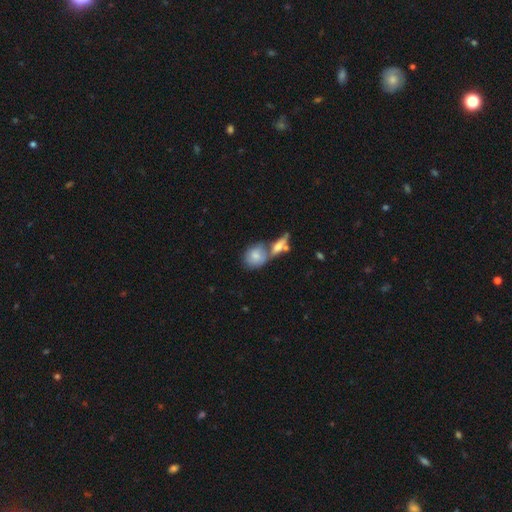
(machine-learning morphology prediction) This is likely a smooth galaxy (70%). How rounded: possibly round (54%). Merging: possibly merger (46%).